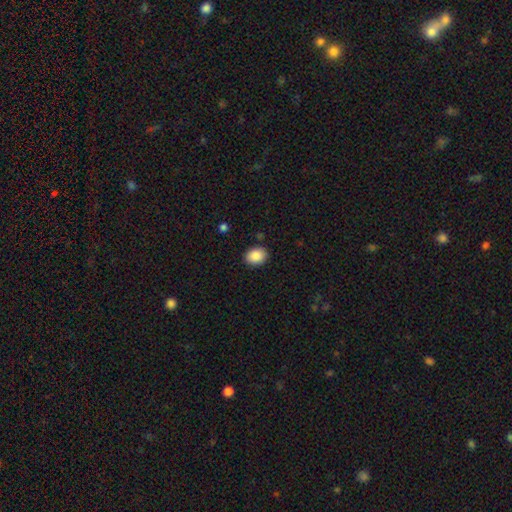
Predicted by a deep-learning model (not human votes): Smooth or featured: smooth — 89% (star or artifact — 8%)
How rounded: in between — 62% (round — 37%)
Merging: none — 88% (minor disturbance — 9%)